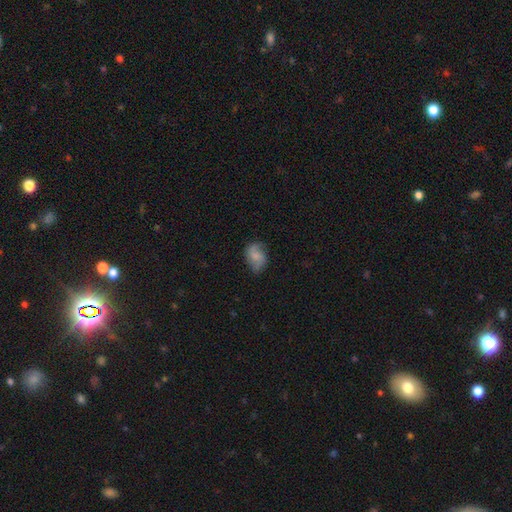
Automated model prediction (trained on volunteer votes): A smooth galaxy with no disk features (51%) that is in between round and cigar-shaped (68%). Merging: none (60%).